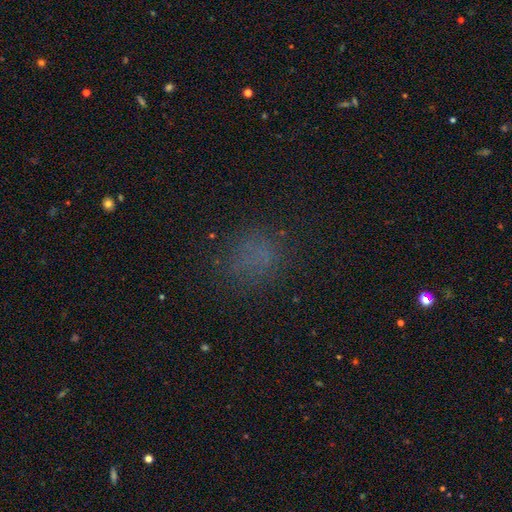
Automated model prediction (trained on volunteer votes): A smooth galaxy with no disk features (63%) that is round (75%). Merging: none (77%).